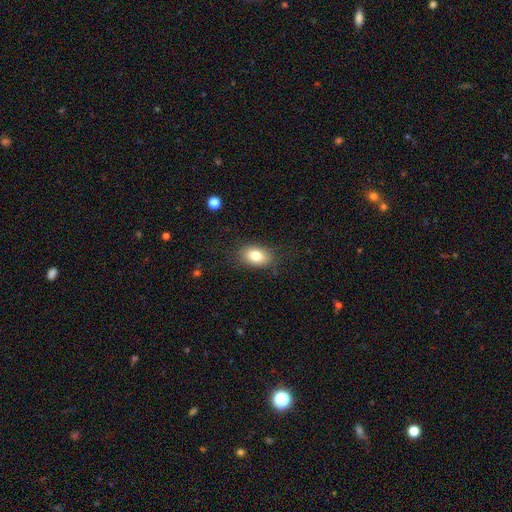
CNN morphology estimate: Smooth or featured? smooth (79%)
How rounded? in between (82%)
Merging? none (83%)